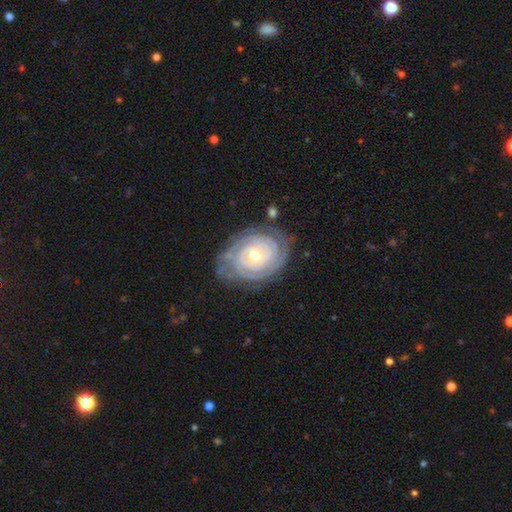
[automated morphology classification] Q: Smooth or featured?
A: featured or disk (86%); runner-up: smooth (9%)
Q: Edge-on disk?
A: no (97%); runner-up: yes (3%)
Q: Bar?
A: no (70%); runner-up: weak (22%)
Q: Spiral arms?
A: yes (94%); runner-up: no (6%)
Q: Spiral winding?
A: tight (87%); runner-up: medium (11%)
Q: Spiral arm count?
A: can't tell (36%); runner-up: 2 (22%)
Q: Bulge size?
A: moderate (55%); runner-up: small (42%)
Q: Merging?
A: none (73%); runner-up: minor disturbance (18%)